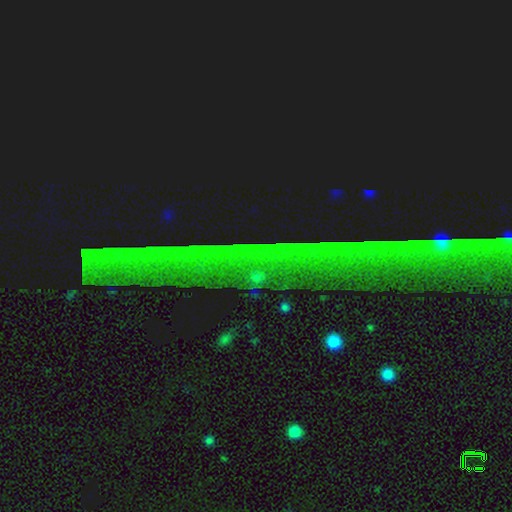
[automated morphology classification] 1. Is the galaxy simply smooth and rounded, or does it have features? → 83% star or artifact, 9% featured or disk, 8% smooth.